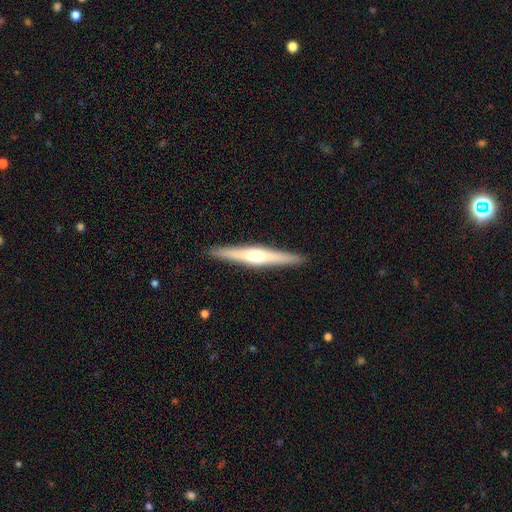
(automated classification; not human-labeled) This is likely a featured or disk galaxy (68%). It is clearly viewed edge-on (98%). Edge-on bulge: clearly rounded (87%). Merging: clearly none (92%).